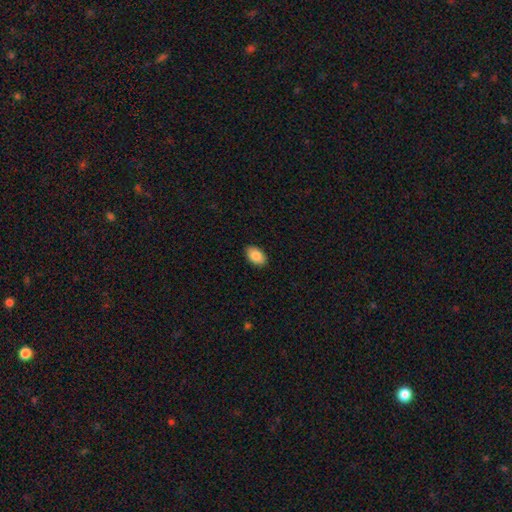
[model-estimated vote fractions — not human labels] The model was most divided on "smooth or featured": smooth: 88%, star or artifact: 7%, featured or disk: 5%. More confident: how rounded — in between (92%); merging — none (90%).